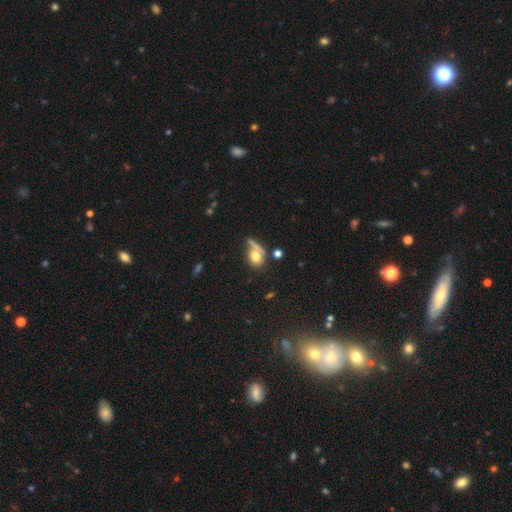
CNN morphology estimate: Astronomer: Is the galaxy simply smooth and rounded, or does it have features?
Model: smooth — 70%.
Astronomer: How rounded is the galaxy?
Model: round — 50% (runner-up: in between, 45%).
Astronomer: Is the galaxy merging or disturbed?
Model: none — 44% (runner-up: merger, 23%).